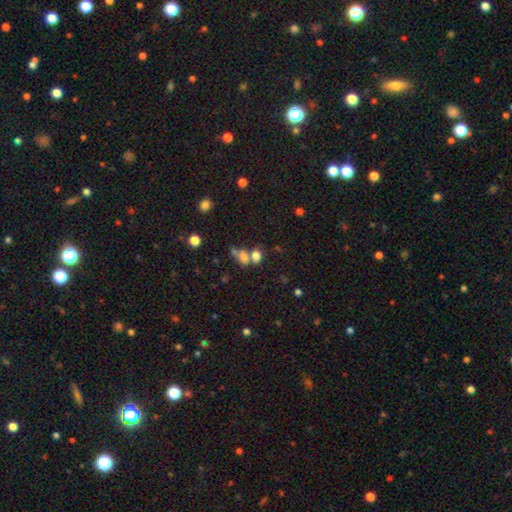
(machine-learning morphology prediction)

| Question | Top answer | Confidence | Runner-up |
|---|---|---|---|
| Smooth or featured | smooth | 74% | star or artifact (14%) |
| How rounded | in between | 71% | round (25%) |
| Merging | merger | 49% | none (34%) |